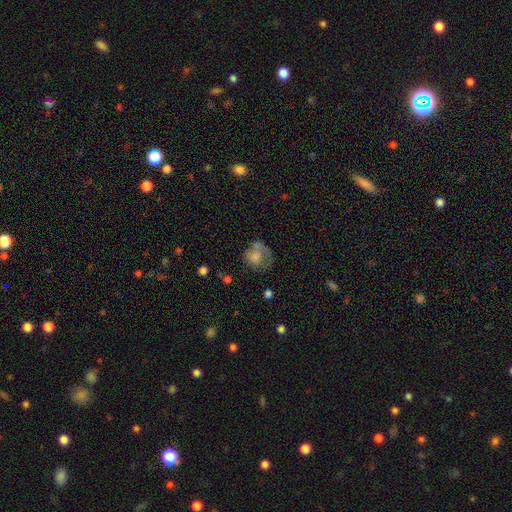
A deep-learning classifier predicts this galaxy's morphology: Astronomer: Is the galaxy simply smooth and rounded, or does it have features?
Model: smooth — 59%.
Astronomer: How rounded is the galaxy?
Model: round — 65%.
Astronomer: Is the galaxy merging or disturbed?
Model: none — 36% (runner-up: major disturbance, 32%).